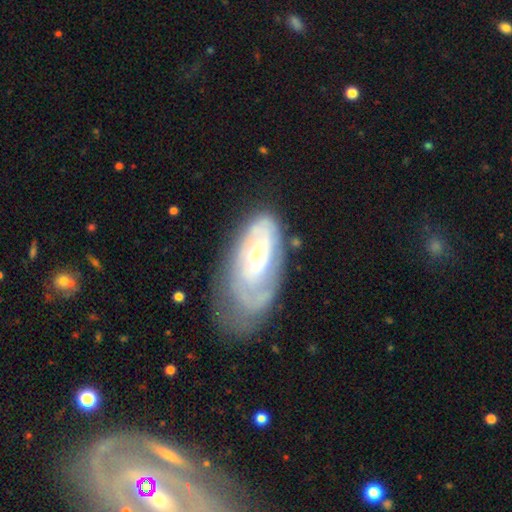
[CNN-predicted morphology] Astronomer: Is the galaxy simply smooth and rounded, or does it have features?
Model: featured or disk — 75%.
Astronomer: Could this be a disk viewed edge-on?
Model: no — 93%.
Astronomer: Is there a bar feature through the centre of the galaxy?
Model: no — 61%.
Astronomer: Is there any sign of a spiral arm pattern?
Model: yes — 83%.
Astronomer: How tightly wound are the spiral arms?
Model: tight — 60%.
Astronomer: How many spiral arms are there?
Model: can't tell — 47% (runner-up: 2, 28%).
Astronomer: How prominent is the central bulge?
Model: moderate — 61%.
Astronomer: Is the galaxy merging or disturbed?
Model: none — 43% (runner-up: minor disturbance, 29%).